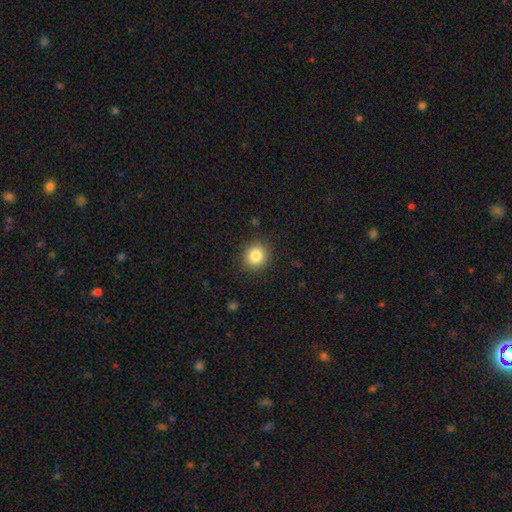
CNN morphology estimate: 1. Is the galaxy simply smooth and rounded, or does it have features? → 84% smooth, 10% star or artifact, 6% featured or disk.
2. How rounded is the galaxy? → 82% round, 18% in between, 1% cigar-shaped.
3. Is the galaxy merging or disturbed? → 89% none, 8% minor disturbance, 2% major disturbance, 1% merger.